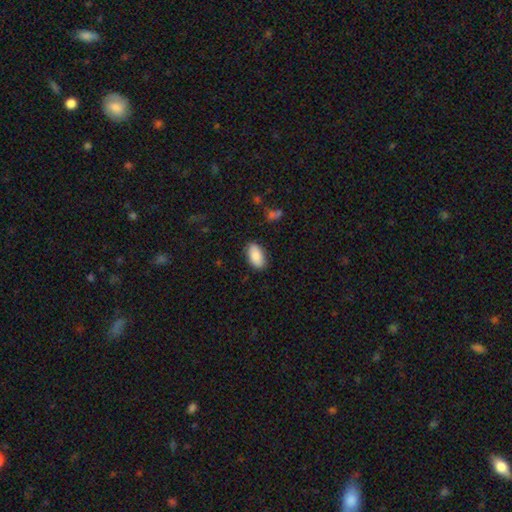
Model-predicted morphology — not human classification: Smooth or featured? smooth (85%)
How rounded? in between (94%)
Merging? none (86%)